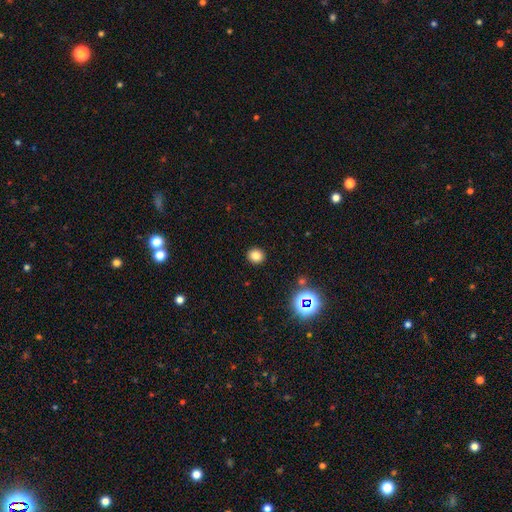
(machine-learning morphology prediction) smooth 79%, star or artifact 15%, featured or disk 6%. Down the decision tree: how rounded — round (85%); merging — none (92%).